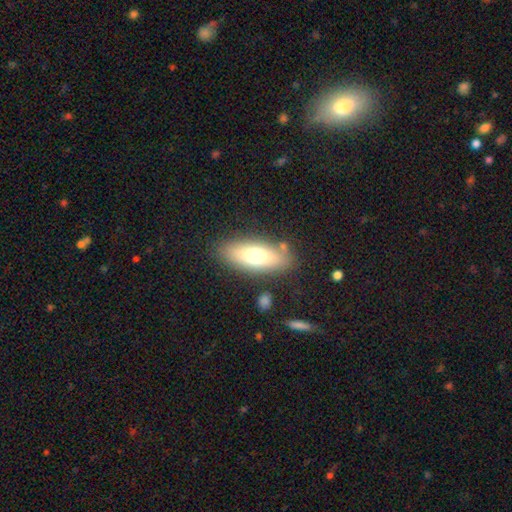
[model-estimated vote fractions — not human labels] smooth-or-featured: smooth: 70% | featured or disk: 23% | star or artifact: 7%
  how-rounded: in between: 73% | cigar-shaped: 25% | round: 3%
  merging: none: 82% | minor disturbance: 11% | merger: 4% | major disturbance: 3%